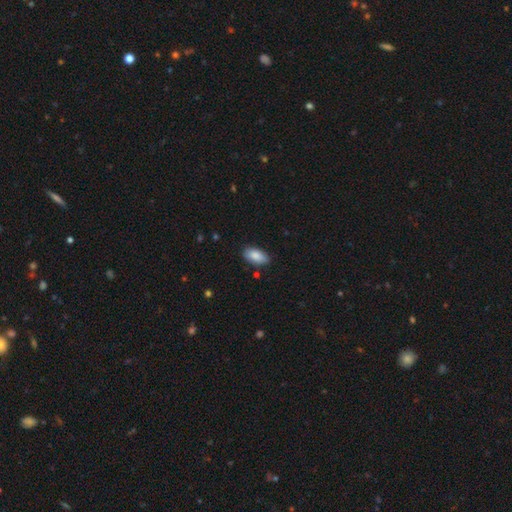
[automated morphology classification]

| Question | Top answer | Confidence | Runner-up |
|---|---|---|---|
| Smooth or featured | smooth | 87% | featured or disk (7%) |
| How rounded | in between | 93% | cigar-shaped (5%) |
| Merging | none | 80% | minor disturbance (16%) |